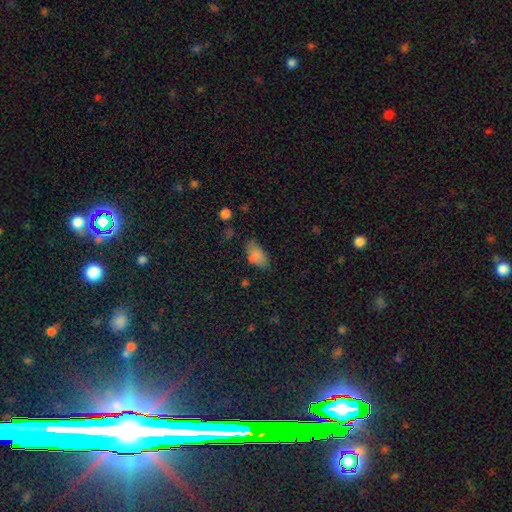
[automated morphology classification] A smooth galaxy with no disk features (78%) that is in between round and cigar-shaped (91%).

Vote fractions:
- Smooth or featured? smooth: 78% / star or artifact: 14% / featured or disk: 8%
- How rounded? in between: 91% / round: 5% / cigar-shaped: 3%
- Merging? none: 49% / minor disturbance: 33% / major disturbance: 13% / merger: 5%